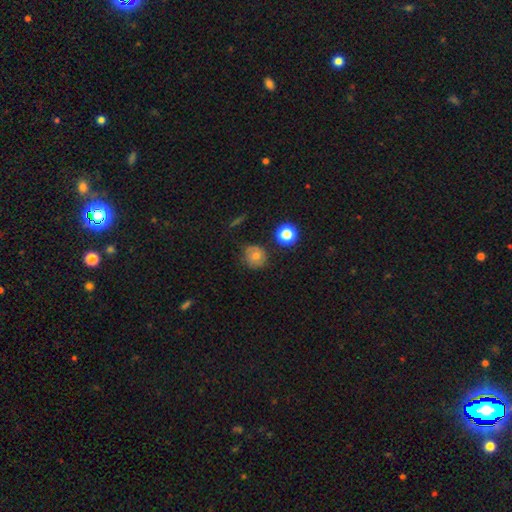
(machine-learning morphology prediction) Smooth or featured: smooth — 67% (featured or disk — 20%)
How rounded: round — 86% (in between — 13%)
Merging: none — 74% (minor disturbance — 18%)